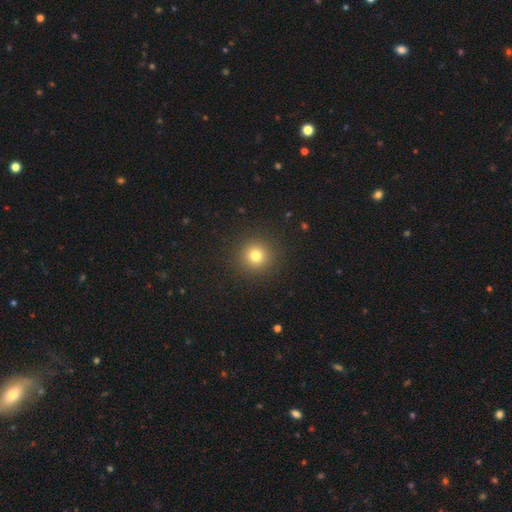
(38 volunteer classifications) A smooth galaxy with no disk features (87%) that is round (91%). Merging: none (94%).